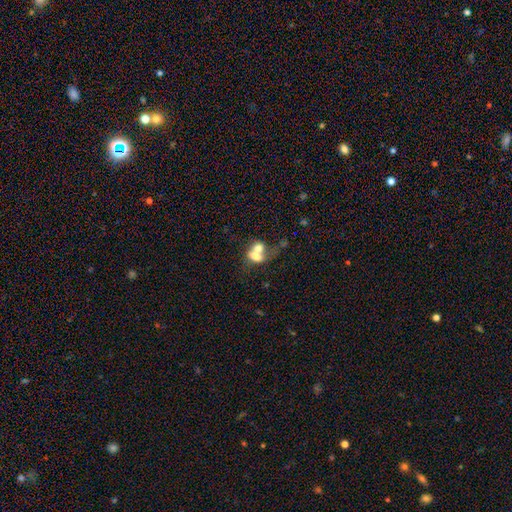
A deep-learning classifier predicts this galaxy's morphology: smooth-or-featured: smooth: 63% | featured or disk: 26% | star or artifact: 11%
  how-rounded: in between: 61% | round: 37% | cigar-shaped: 2%
  merging: merger: 73% | none: 13% | major disturbance: 8% | minor disturbance: 6%